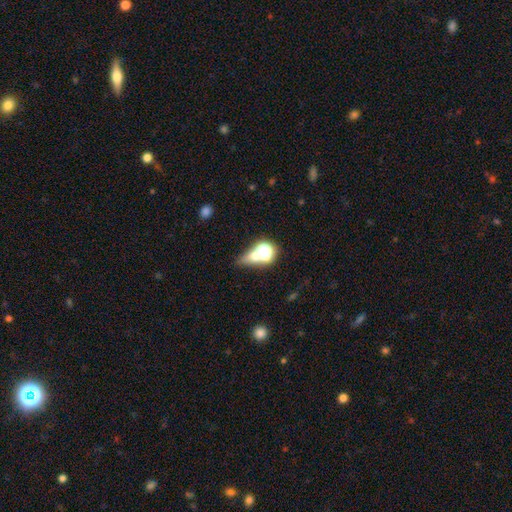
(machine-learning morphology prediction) This is possibly a smooth galaxy (54%). How rounded: possibly round (52%). Merging: possibly none (47%).